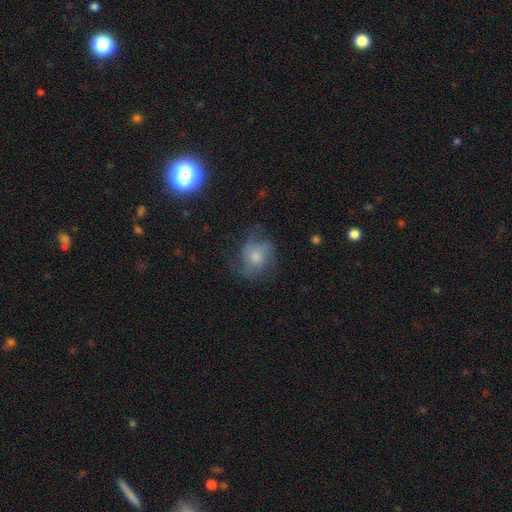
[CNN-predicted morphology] This appears to be a smooth galaxy with no disk features (50%) that is round (67%). Merging: none (51%).